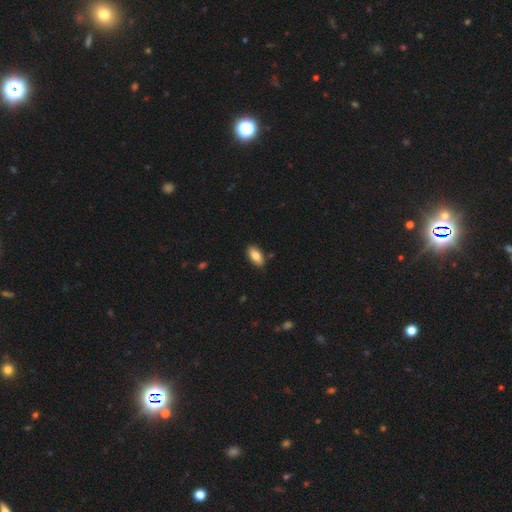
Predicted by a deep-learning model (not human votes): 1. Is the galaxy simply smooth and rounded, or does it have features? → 81% smooth, 12% featured or disk, 7% star or artifact.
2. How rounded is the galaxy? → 89% in between, 8% cigar-shaped, 3% round.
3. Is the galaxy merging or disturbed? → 87% none, 10% minor disturbance, 2% major disturbance, 2% merger.